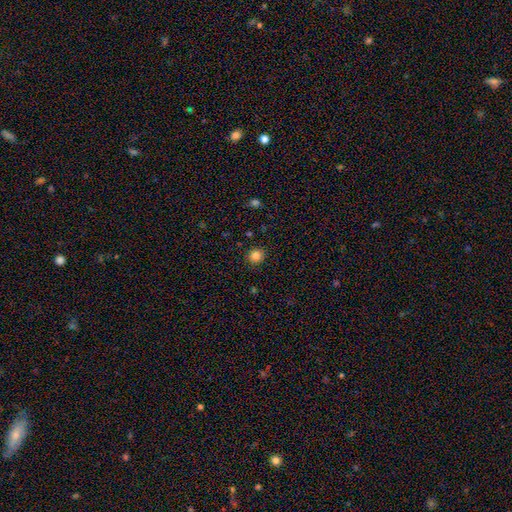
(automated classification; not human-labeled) smooth_or_featured: smooth (p=0.83) [alt: star or artifact p=0.11]
how_rounded: round (p=0.87) [alt: in between p=0.12]
merging: none (p=0.90) [alt: minor disturbance p=0.07]